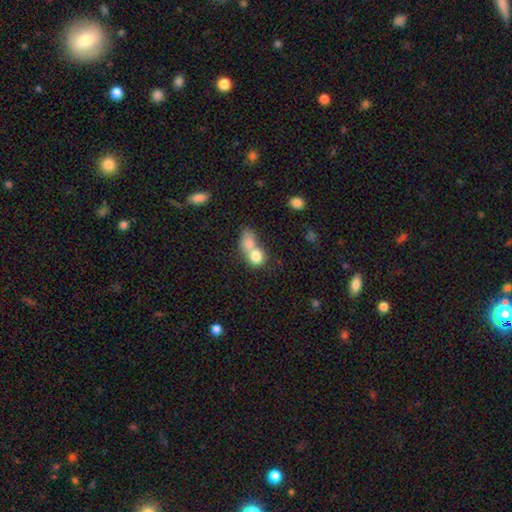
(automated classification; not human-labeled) smooth-or-featured: smooth: 77% | featured or disk: 14% | star or artifact: 9%
  how-rounded: round: 52% | in between: 46% | cigar-shaped: 2%
  merging: merger: 70% | none: 20% | minor disturbance: 6% | major disturbance: 4%